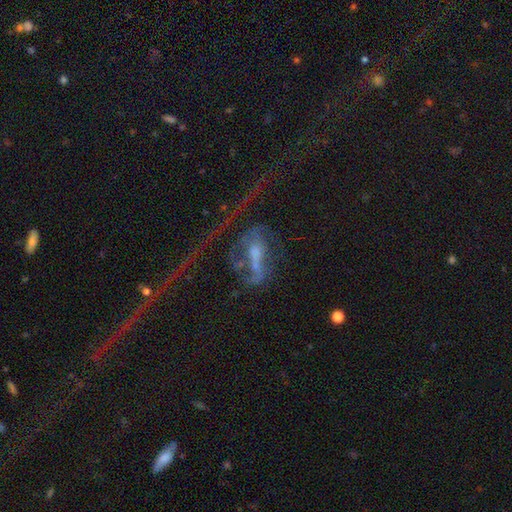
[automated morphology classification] Smooth or featured?
  - featured or disk: 70% *
  - smooth: 16%
  - star or artifact: 13%
Edge-on disk?
  - no: 91% *
  - yes: 9%
Bar?
  - no: 42% *
  - weak: 36%
  - strong: 22%
Spiral arms?
  - yes: 64% *
  - no: 36%
Bulge size?
  - moderate: 39% *
  - small: 35%
  - none: 15%
  - large: 7%
  - dominant: 3%
Merging?
  - major disturbance: 58% *
  - none: 22%
  - minor disturbance: 11%
  - merger: 8%